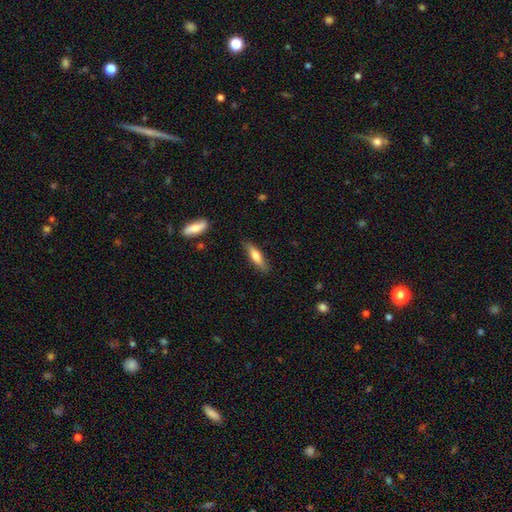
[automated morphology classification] smooth 66%, featured or disk 28%, star or artifact 6%. Down the decision tree: how rounded — cigar-shaped (70%); merging — none (83%).